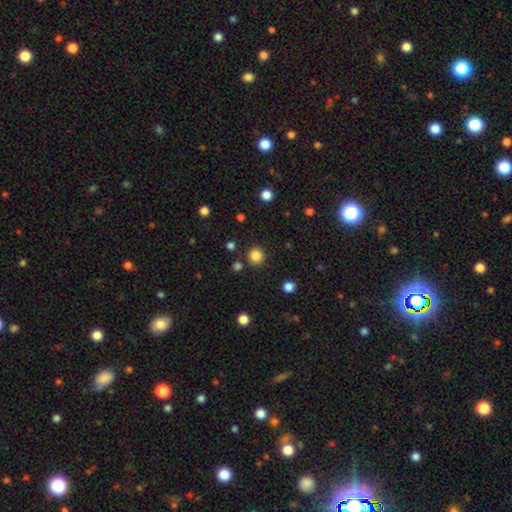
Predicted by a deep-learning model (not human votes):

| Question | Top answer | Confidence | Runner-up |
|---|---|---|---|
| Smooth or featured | smooth | 84% | star or artifact (12%) |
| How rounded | round | 94% | in between (5%) |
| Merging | none | 89% | minor disturbance (6%) |